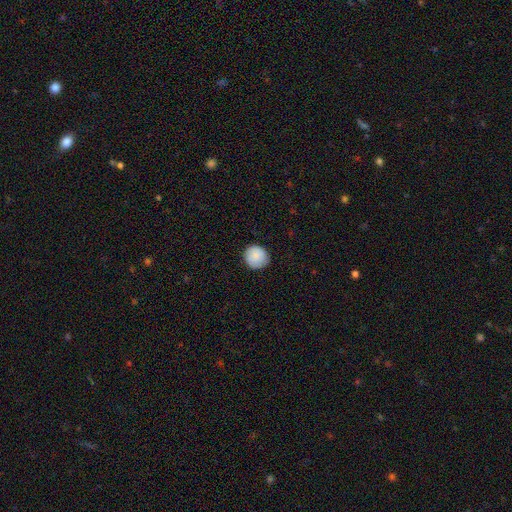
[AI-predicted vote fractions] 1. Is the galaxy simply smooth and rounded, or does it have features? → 86% smooth, 7% featured or disk, 7% star or artifact.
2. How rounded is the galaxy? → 91% round, 8% in between, 1% cigar-shaped.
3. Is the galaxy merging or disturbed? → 87% none, 10% minor disturbance, 2% major disturbance, 1% merger.